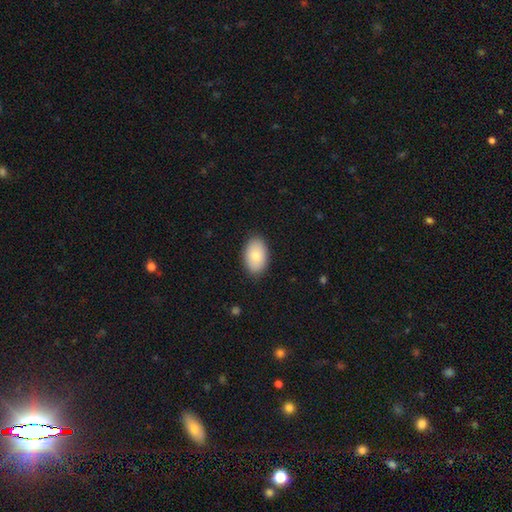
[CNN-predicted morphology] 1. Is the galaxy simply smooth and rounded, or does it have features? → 79% smooth, 15% featured or disk, 7% star or artifact.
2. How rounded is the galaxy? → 90% in between, 9% round, 1% cigar-shaped.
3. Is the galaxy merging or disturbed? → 86% none, 11% minor disturbance, 2% major disturbance, 1% merger.